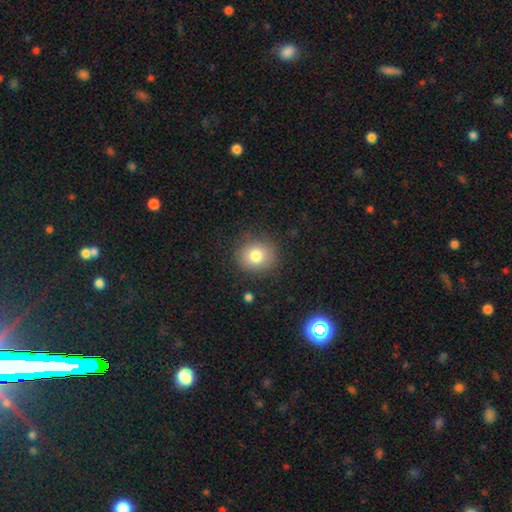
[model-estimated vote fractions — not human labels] This appears to be a smooth galaxy with no disk features (79%) that is round (84%). Merging: none (86%).